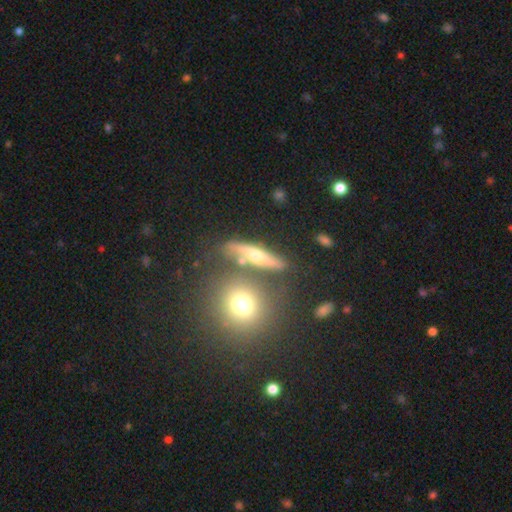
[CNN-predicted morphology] smooth_or_featured: featured or disk (p=0.50) [alt: smooth p=0.38]
merging: none (p=0.70) [alt: minor disturbance p=0.13]